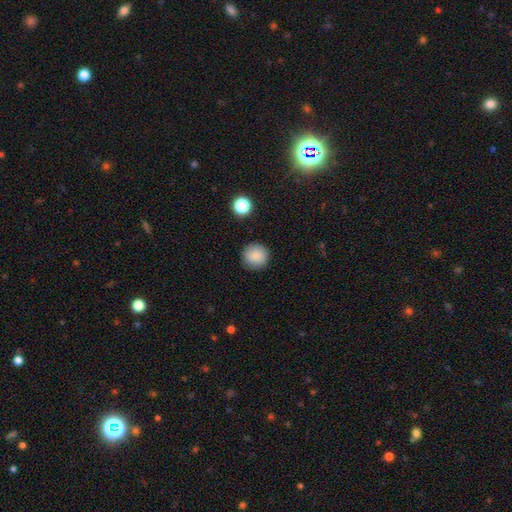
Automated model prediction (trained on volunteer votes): smooth_or_featured: smooth (p=0.87) [alt: star or artifact p=0.09]
how_rounded: round (p=0.94) [alt: in between p=0.06]
merging: none (p=0.89) [alt: minor disturbance p=0.07]